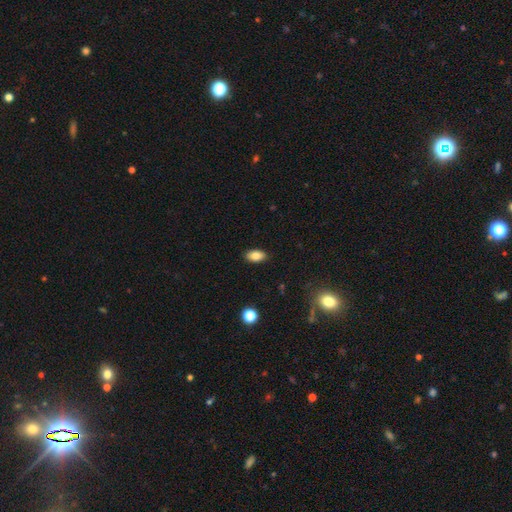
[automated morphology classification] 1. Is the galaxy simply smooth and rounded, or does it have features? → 84% smooth, 9% star or artifact, 7% featured or disk.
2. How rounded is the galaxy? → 92% in between, 6% round, 2% cigar-shaped.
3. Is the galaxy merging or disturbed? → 88% none, 8% minor disturbance, 2% major disturbance, 1% merger.